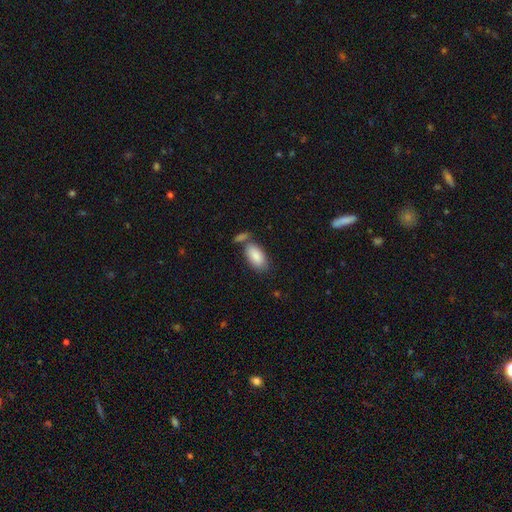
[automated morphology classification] The model was most divided on "merging": none: 59%, merger: 22%, minor disturbance: 15%, major disturbance: 5%. More confident: how rounded — in between (94%); smooth or featured — smooth (86%).